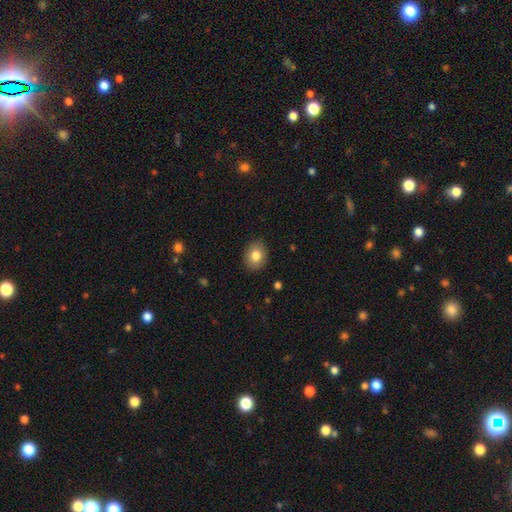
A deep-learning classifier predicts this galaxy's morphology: smooth-or-featured: smooth: 82% | featured or disk: 10% | star or artifact: 8%
  how-rounded: in between: 59% | round: 40% | cigar-shaped: 1%
  merging: none: 88% | minor disturbance: 9% | major disturbance: 2% | merger: 1%